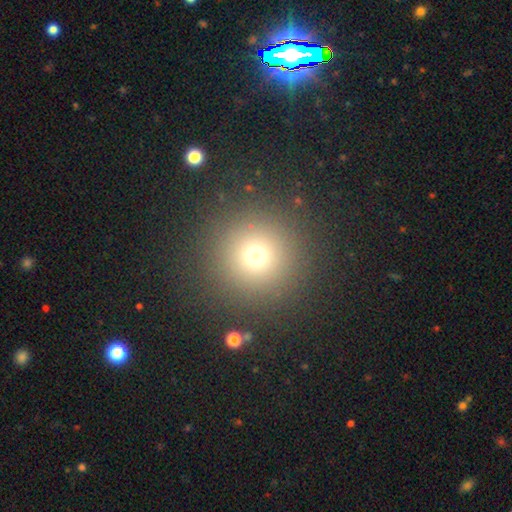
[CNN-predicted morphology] Overall: smooth (71%). How rounded: round (96%). Merging: none (89%).